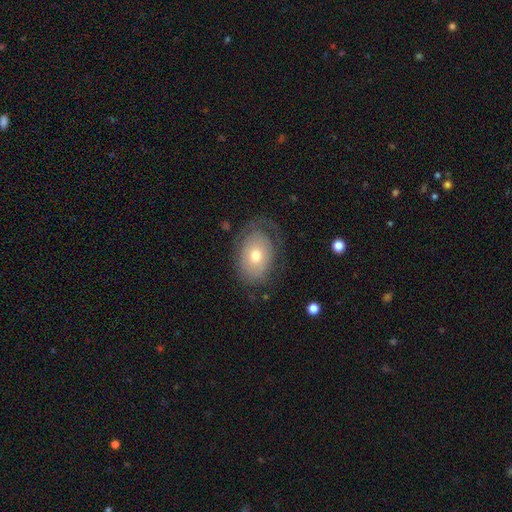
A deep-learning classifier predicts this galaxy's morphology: smooth-or-featured: smooth: 51% | featured or disk: 41% | star or artifact: 8%
  how-rounded: in between: 77% | round: 22% | cigar-shaped: 1%
  merging: none: 58% | minor disturbance: 22% | major disturbance: 18% | merger: 1%